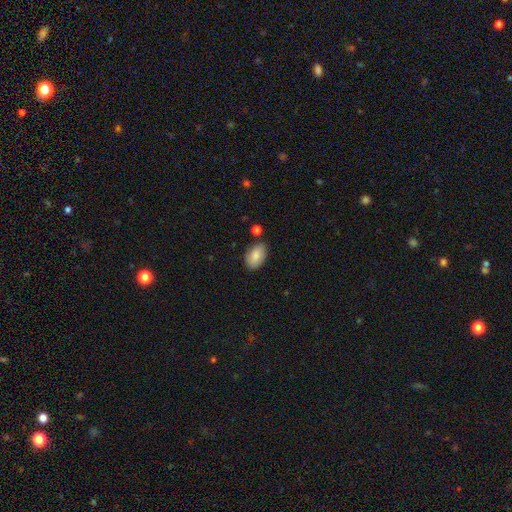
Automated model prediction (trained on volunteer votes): Smooth or featured: smooth — 85% (featured or disk — 9%)
How rounded: in between — 93% (round — 6%)
Merging: none — 81% (minor disturbance — 13%)